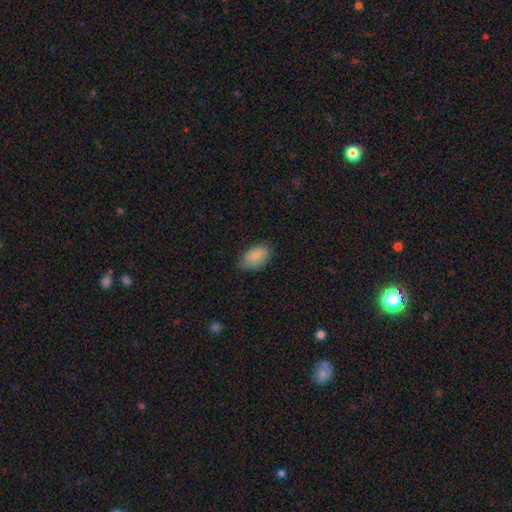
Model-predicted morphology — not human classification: A smooth galaxy with no disk features (84%) that is in between round and cigar-shaped (90%).

Vote fractions:
- Smooth or featured? smooth: 84% / featured or disk: 9% / star or artifact: 7%
- How rounded? in between: 90% / round: 9% / cigar-shaped: 1%
- Merging? none: 67% / minor disturbance: 27% / major disturbance: 4% / merger: 1%